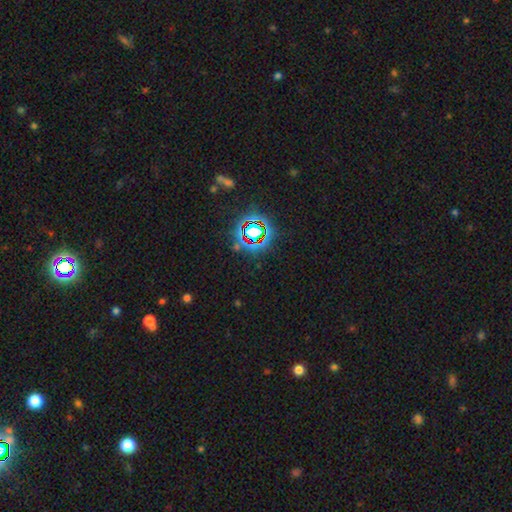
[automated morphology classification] Q: Smooth or featured?
A: star or artifact (79%); runner-up: smooth (12%)